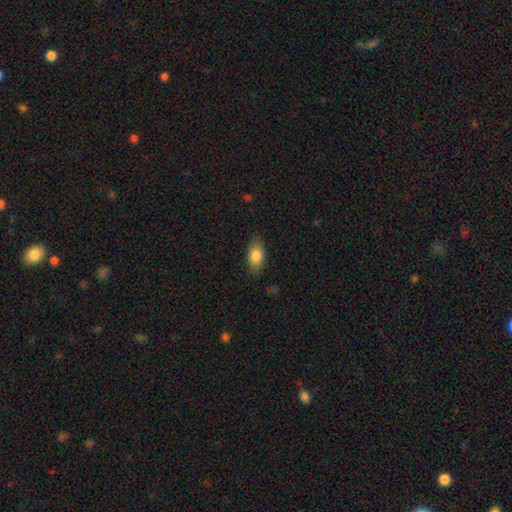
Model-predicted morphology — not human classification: Smooth or featured? smooth (84%)
How rounded? in between (89%)
Merging? none (83%)